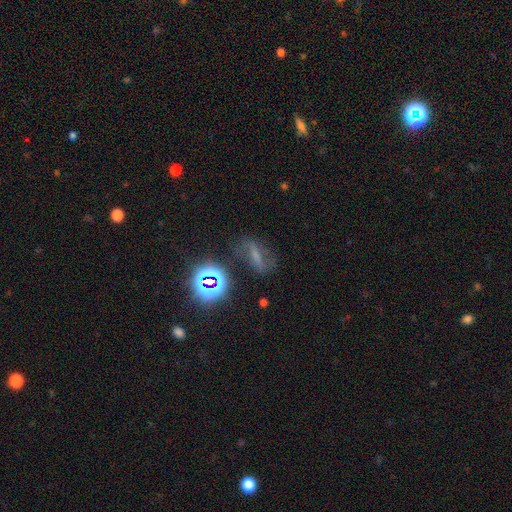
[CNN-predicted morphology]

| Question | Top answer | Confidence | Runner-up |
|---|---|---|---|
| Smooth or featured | smooth | 36% | featured or disk (32%) |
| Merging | none | 62% | minor disturbance (20%) |